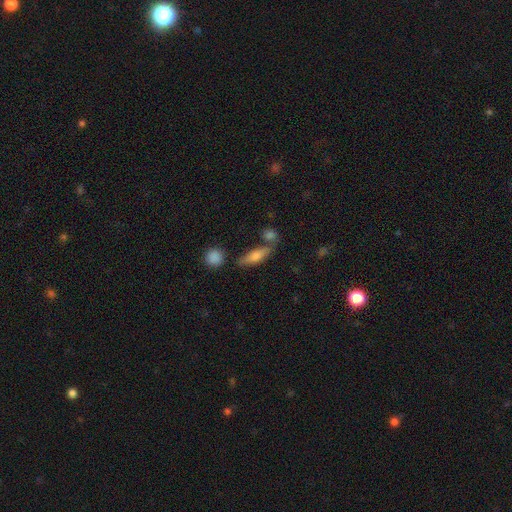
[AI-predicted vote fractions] A smooth galaxy with no disk features (64%) that is cigar-shaped (53%).

Vote fractions:
- Smooth or featured? smooth: 64% / featured or disk: 29% / star or artifact: 8%
- How rounded? cigar-shaped: 53% / in between: 43% / round: 4%
- Merging? none: 68% / merger: 14% / minor disturbance: 14% / major disturbance: 4%